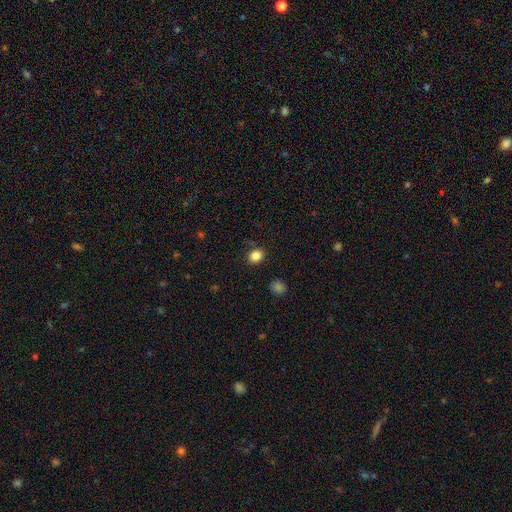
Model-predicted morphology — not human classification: smooth 85%, star or artifact 11%, featured or disk 4%. Down the decision tree: how rounded — round (66%); merging — none (86%).